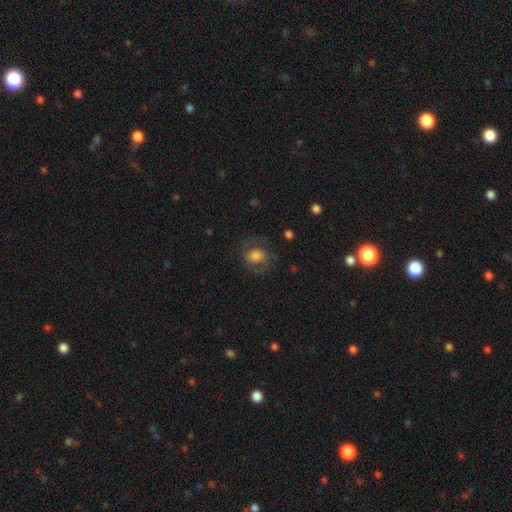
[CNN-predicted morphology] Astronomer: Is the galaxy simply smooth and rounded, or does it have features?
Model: featured or disk — 48% (runner-up: smooth, 43%).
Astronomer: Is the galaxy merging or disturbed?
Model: none — 67%.